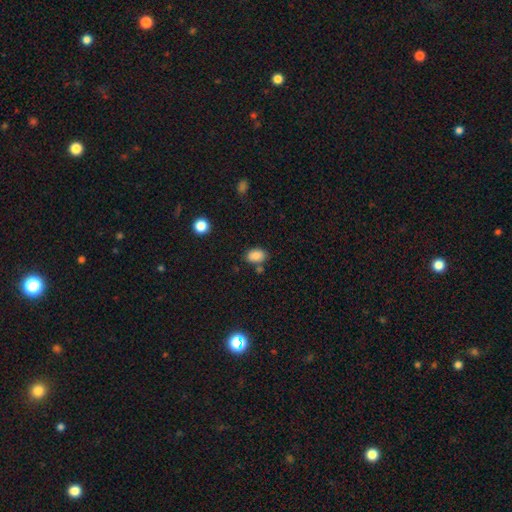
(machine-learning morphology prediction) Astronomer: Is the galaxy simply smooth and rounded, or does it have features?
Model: smooth — 86%.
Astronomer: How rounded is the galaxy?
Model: in between — 82%.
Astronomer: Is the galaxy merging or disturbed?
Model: none — 71%.